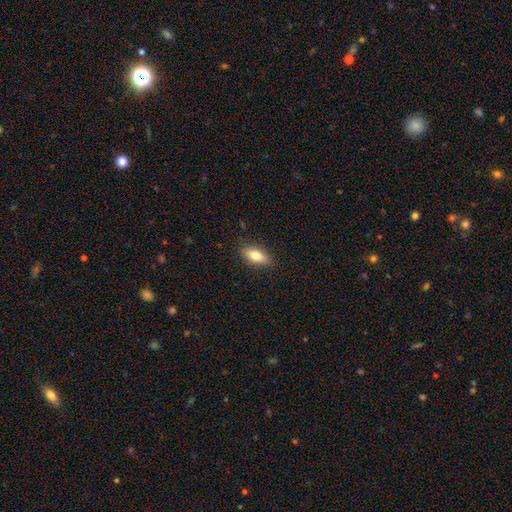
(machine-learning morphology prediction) Smooth or featured: smooth — 78% (featured or disk — 15%)
How rounded: in between — 83% (cigar-shaped — 13%)
Merging: none — 87% (minor disturbance — 10%)